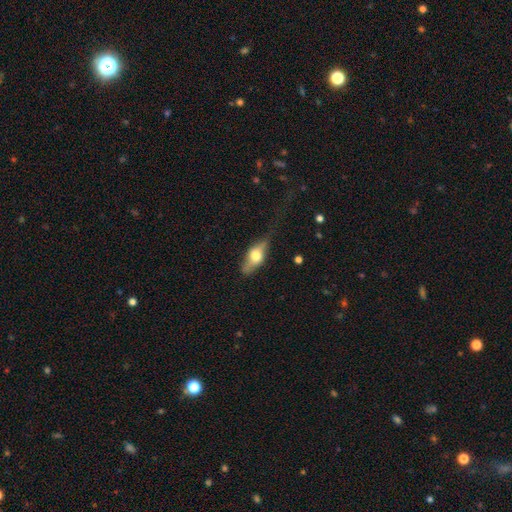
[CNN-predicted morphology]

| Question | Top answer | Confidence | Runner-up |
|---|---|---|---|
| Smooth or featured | smooth | 50% | featured or disk (43%) |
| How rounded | in between | 71% | cigar-shaped (23%) |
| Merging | none | 59% | minor disturbance (27%) |